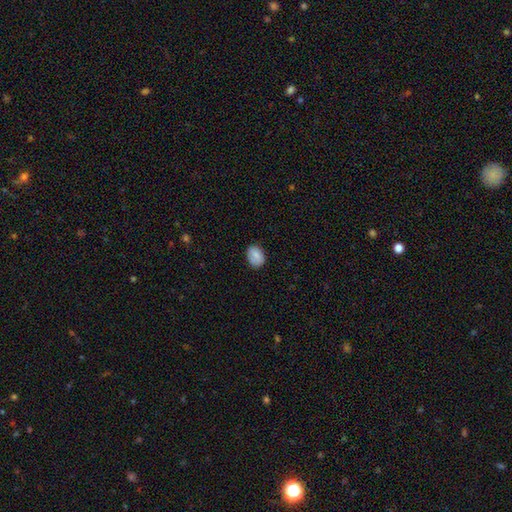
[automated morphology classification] This appears to be a smooth galaxy with no disk features (85%) that is in between round and cigar-shaped (73%). Merging: none (80%).